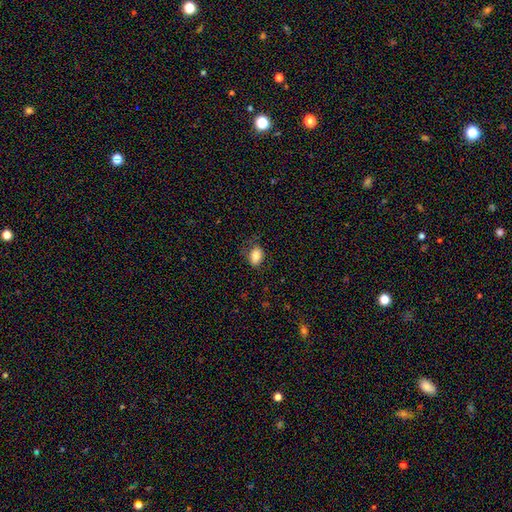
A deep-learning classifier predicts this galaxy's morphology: A smooth galaxy with no disk features (84%) that is in between round and cigar-shaped (83%). Merging: none (73%).